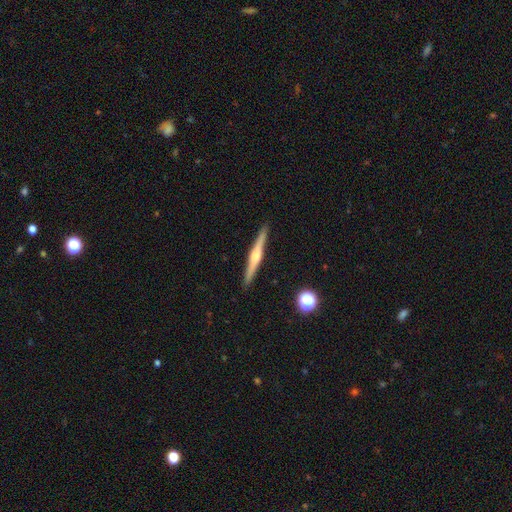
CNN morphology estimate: This appears to be a featured or disk galaxy (72%) viewed edge-on (98%) with a rounded central bulge (78%). Merging: none (92%).